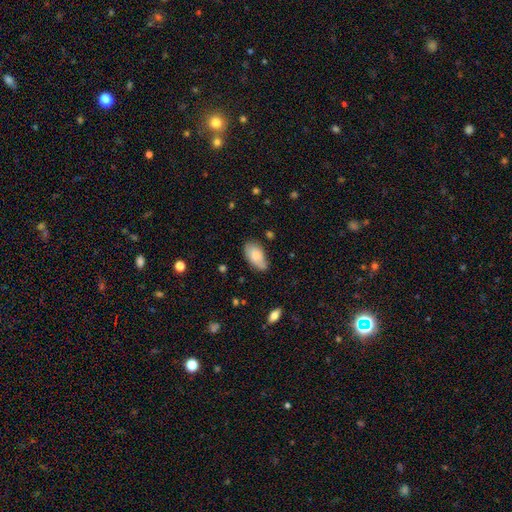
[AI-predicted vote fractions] A smooth galaxy with no disk features (73%) that is in between round and cigar-shaped (94%).

Vote fractions:
- Smooth or featured? smooth: 73% / featured or disk: 20% / star or artifact: 7%
- How rounded? in between: 94% / round: 3% / cigar-shaped: 3%
- Merging? none: 58% / minor disturbance: 31% / major disturbance: 7% / merger: 4%